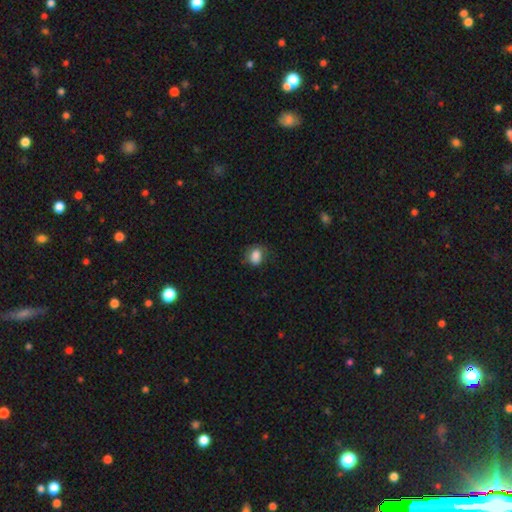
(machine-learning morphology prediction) smooth_or_featured: smooth (p=0.83) [alt: star or artifact p=0.09]
how_rounded: in between (p=0.65) [alt: round p=0.34]
merging: none (p=0.62) [alt: minor disturbance p=0.26]